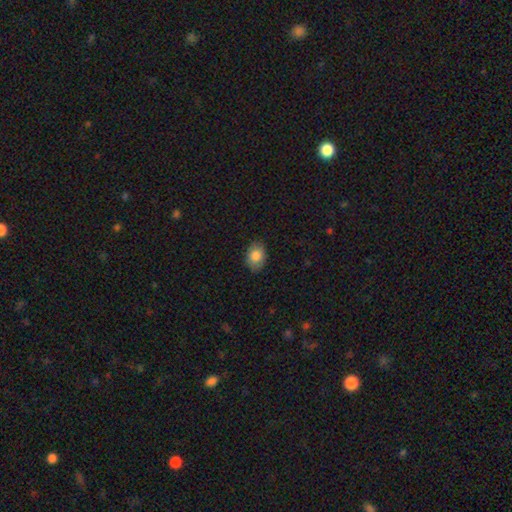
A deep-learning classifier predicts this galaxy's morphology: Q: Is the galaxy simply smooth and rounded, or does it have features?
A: smooth — 84%.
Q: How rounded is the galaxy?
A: in between — 81%.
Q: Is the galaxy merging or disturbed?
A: none — 86%.